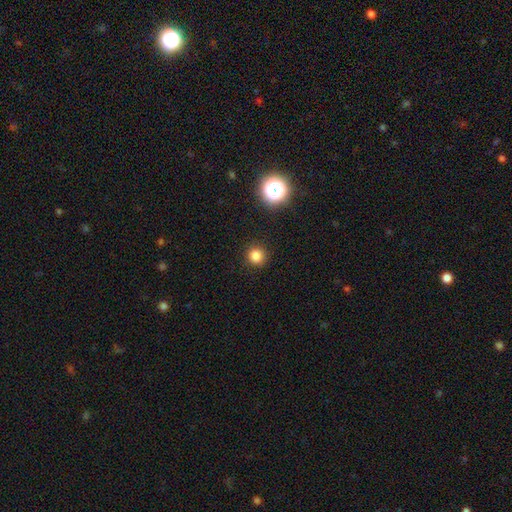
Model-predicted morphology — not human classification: smooth-or-featured: smooth: 82% | star or artifact: 14% | featured or disk: 4%
  how-rounded: round: 93% | in between: 6% | cigar-shaped: 1%
  merging: none: 91% | minor disturbance: 6% | major disturbance: 2% | merger: 1%